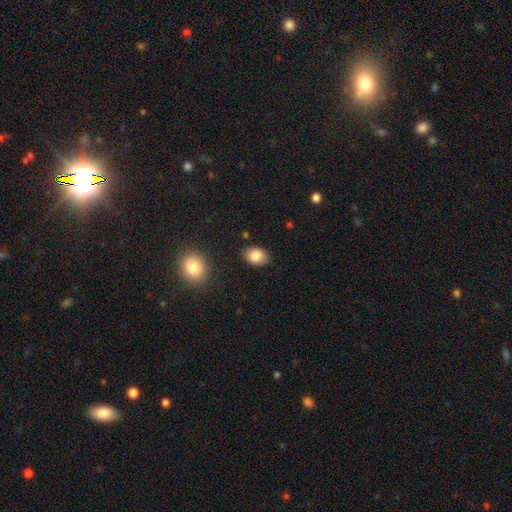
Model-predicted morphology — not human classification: smooth_or_featured: smooth (p=0.85) [alt: star or artifact p=0.08]
how_rounded: in between (p=0.72) [alt: round p=0.27]
merging: none (p=0.87) [alt: minor disturbance p=0.09]